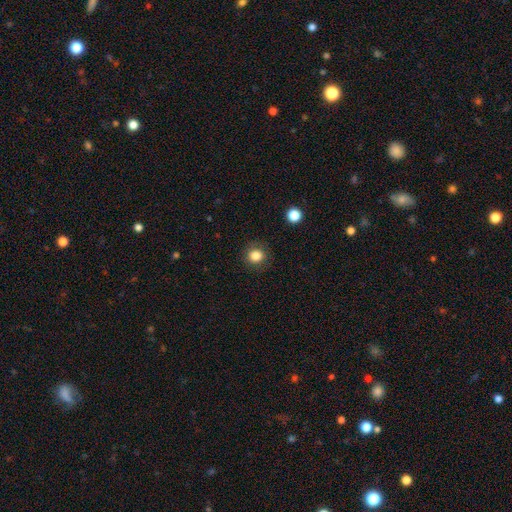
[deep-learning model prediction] This is clearly a smooth galaxy (84%). How rounded: clearly round (86%). Merging: clearly none (86%).